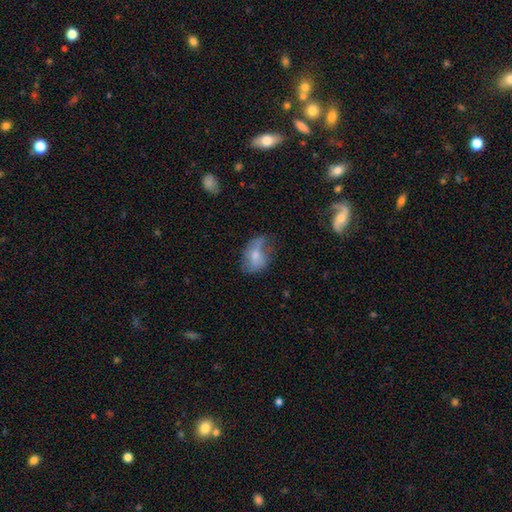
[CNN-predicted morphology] Smooth or featured: smooth — 58% (featured or disk — 33%)
How rounded: in between — 83% (round — 15%)
Merging: none — 40% (minor disturbance — 34%)